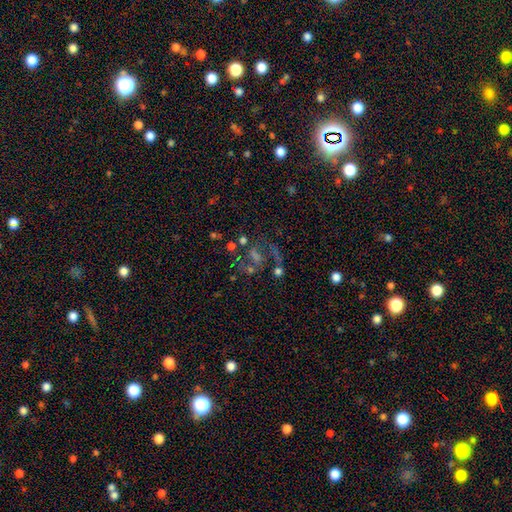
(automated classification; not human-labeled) Q: Smooth or featured?
A: featured or disk (52%); runner-up: star or artifact (29%)
Q: Edge-on disk?
A: no (96%); runner-up: yes (4%)
Q: Merging?
A: none (47%); runner-up: major disturbance (23%)